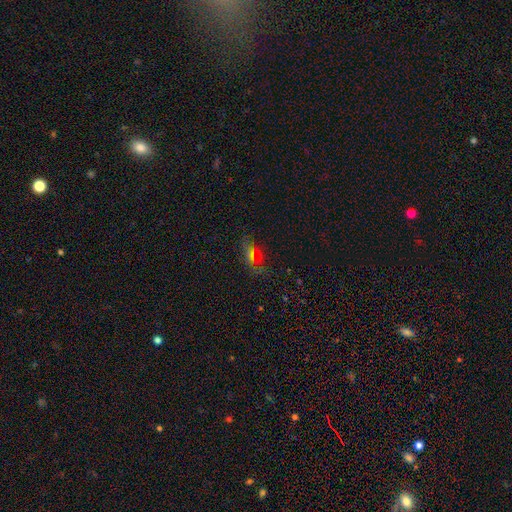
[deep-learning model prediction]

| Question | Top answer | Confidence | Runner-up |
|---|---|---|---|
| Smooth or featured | smooth | 49% | star or artifact (32%) |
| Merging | none | 60% | minor disturbance (19%) |